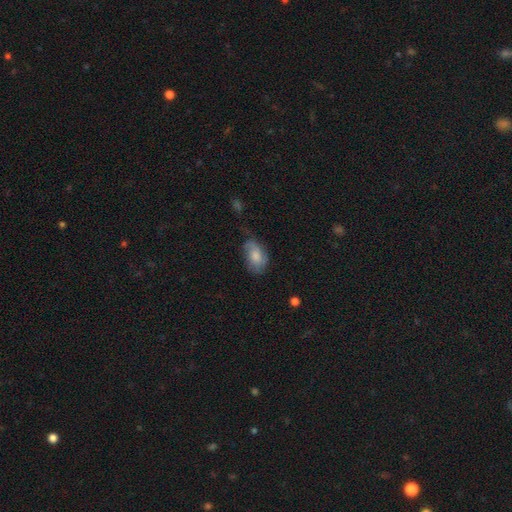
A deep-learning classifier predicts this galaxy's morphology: Smooth or featured? smooth (70%)
How rounded? in between (90%)
Merging? none (51%)